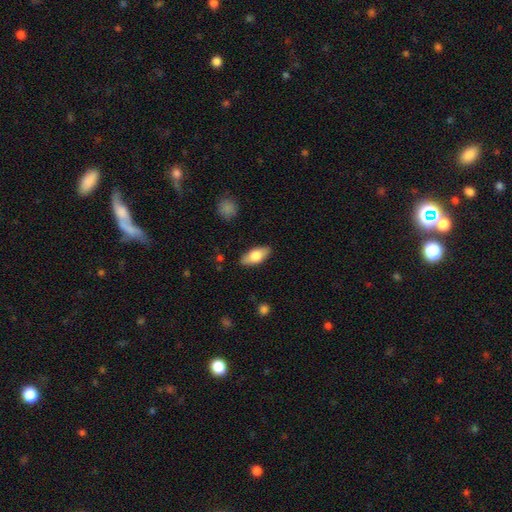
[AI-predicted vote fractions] Morphology: type=smooth (71%); roundness=in between (84%); merging=none (87%).